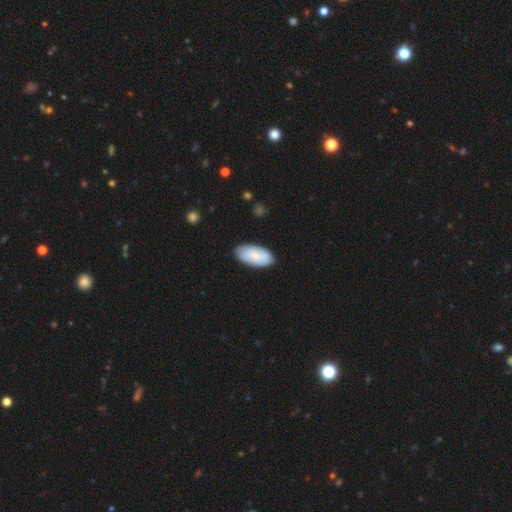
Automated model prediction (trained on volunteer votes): Morphology: type=smooth (63%); roundness=in between (95%); merging=none (80%).